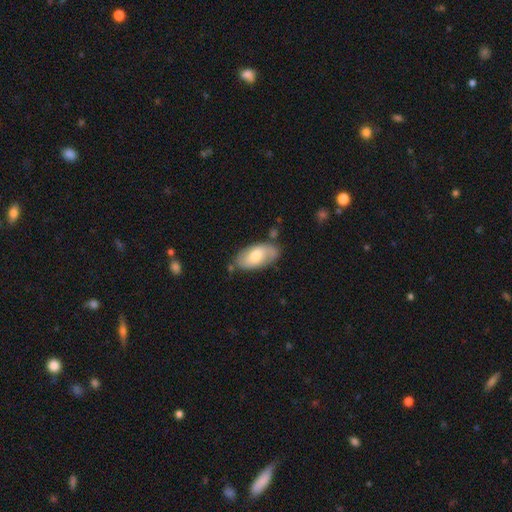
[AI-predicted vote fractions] Smooth or featured? smooth (57%)
How rounded? in between (94%)
Merging? none (69%)